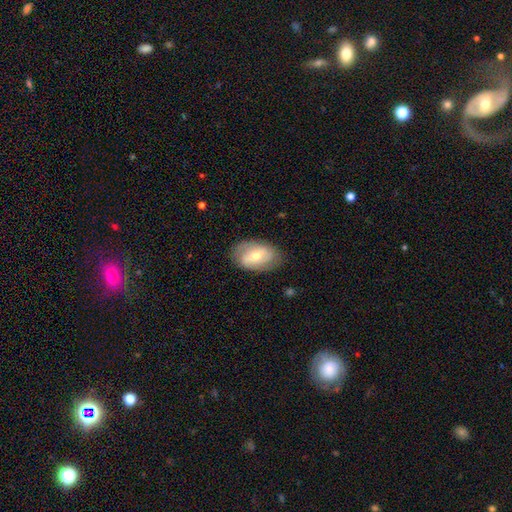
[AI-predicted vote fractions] smooth_or_featured: featured or disk (p=0.51) [alt: smooth p=0.42]
disk_edge_on: no (p=0.93) [alt: yes p=0.07]
merging: none (p=0.79) [alt: minor disturbance p=0.16]